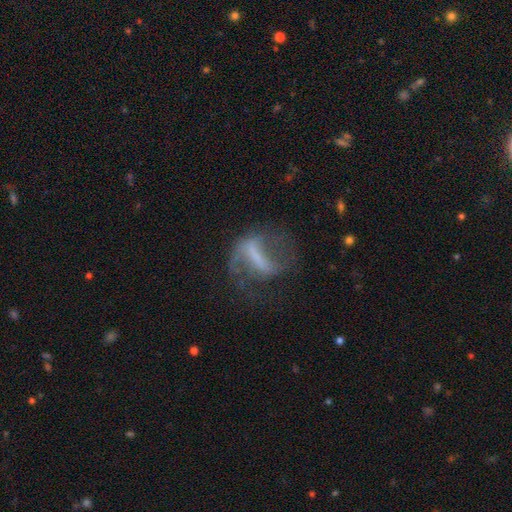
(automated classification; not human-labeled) The model was most divided on "merging": none: 41%, major disturbance: 38%, minor disturbance: 17%, merger: 4%. More confident: edge-on disk — no (93%); smooth or featured — featured or disk (68%); spiral arms — yes (61%); bar — strong (61%); bulge size — none (56%).